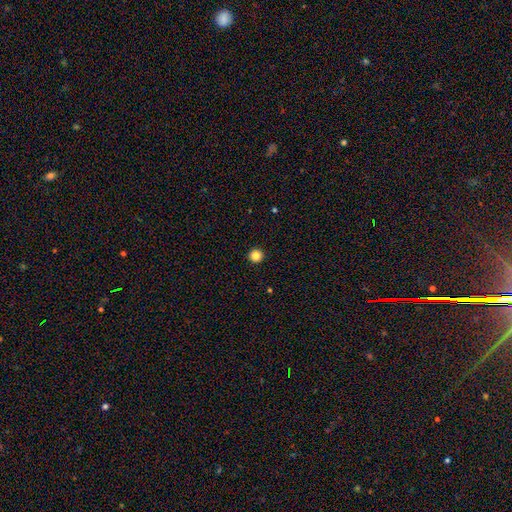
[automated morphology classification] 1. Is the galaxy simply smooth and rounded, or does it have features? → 84% smooth, 11% star or artifact, 4% featured or disk.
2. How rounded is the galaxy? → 96% round, 3% in between, 1% cigar-shaped.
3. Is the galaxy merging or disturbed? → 94% none, 3% minor disturbance, 1% major disturbance, 1% merger.